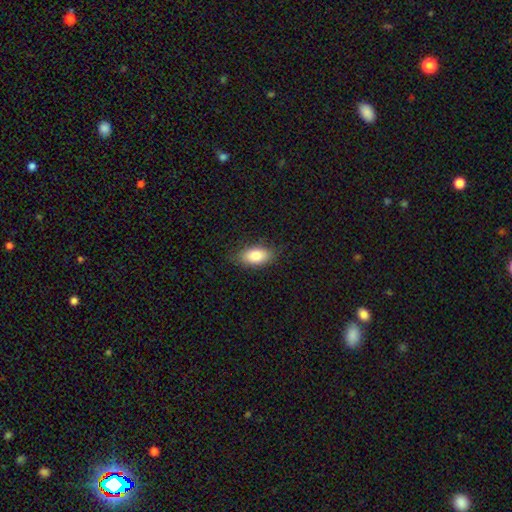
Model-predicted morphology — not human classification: smooth_or_featured: smooth (p=0.80) [alt: featured or disk p=0.12]
how_rounded: in between (p=0.90) [alt: round p=0.05]
merging: none (p=0.83) [alt: minor disturbance p=0.13]